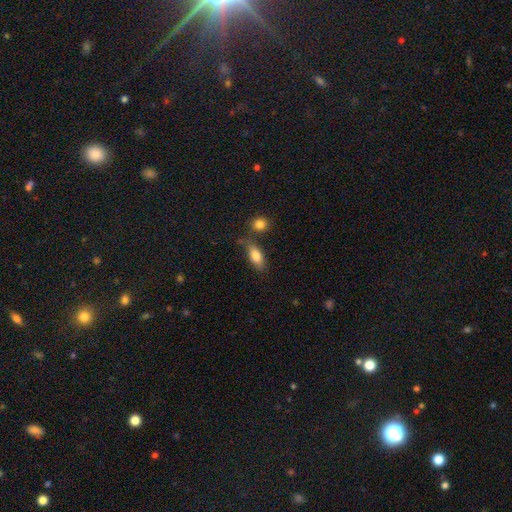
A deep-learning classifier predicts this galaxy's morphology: smooth_or_featured: smooth (p=0.83) [alt: featured or disk p=0.10]
how_rounded: in between (p=0.84) [alt: cigar-shaped p=0.12]
merging: none (p=0.66) [alt: minor disturbance p=0.17]